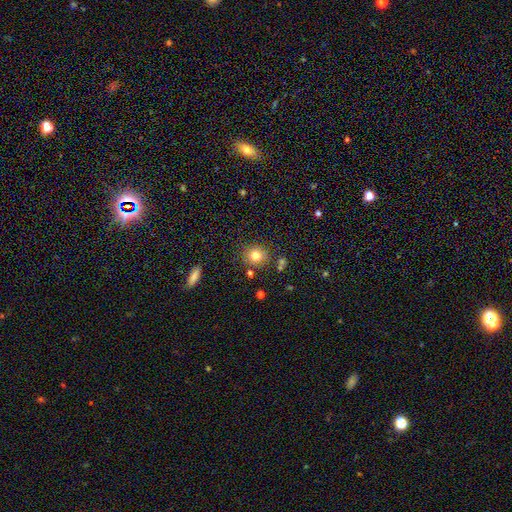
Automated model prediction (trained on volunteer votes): smooth-or-featured: smooth: 78% | star or artifact: 13% | featured or disk: 9%
  how-rounded: round: 85% | in between: 14% | cigar-shaped: 1%
  merging: none: 81% | minor disturbance: 10% | merger: 6% | major disturbance: 3%